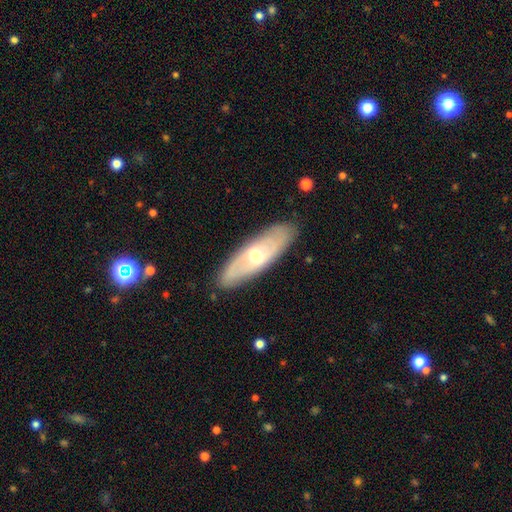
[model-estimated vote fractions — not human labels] The model was most divided on "smooth or featured": featured or disk: 62%, smooth: 32%, star or artifact: 6%. More confident: merging — none (86%); edge-on disk — no (72%).